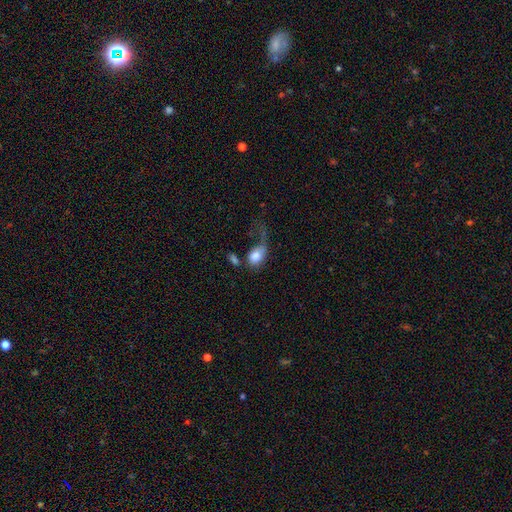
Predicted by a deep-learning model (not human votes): smooth-or-featured: smooth: 77% | featured or disk: 16% | star or artifact: 8%
  how-rounded: in between: 78% | round: 21% | cigar-shaped: 2%
  merging: major disturbance: 48% | none: 20% | minor disturbance: 18% | merger: 15%